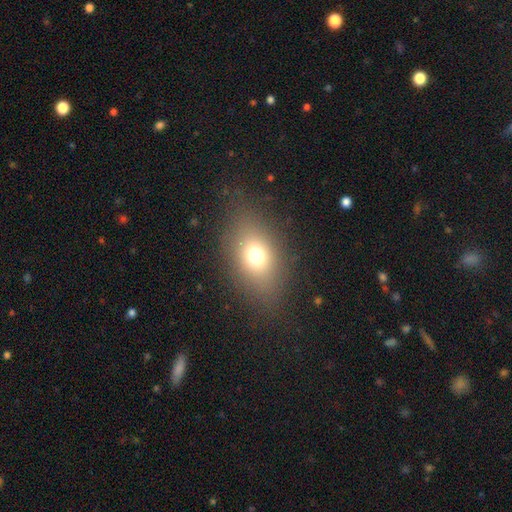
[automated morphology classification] This is likely a smooth galaxy (70%). How rounded: likely in between (68%). Merging: clearly none (81%).